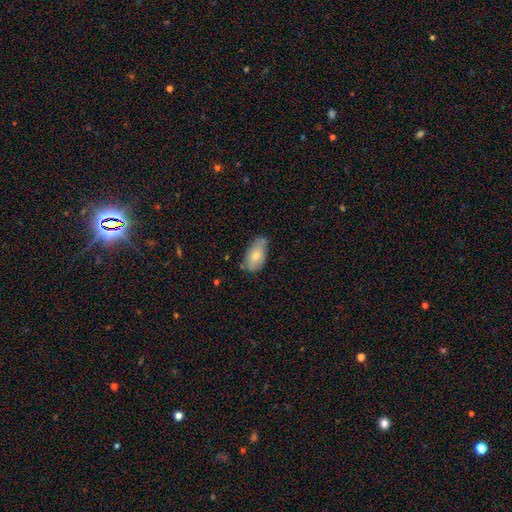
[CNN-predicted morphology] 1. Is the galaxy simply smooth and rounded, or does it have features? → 73% smooth, 20% featured or disk, 7% star or artifact.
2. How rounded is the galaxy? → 93% in between, 4% round, 3% cigar-shaped.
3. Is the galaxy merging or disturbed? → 58% none, 31% minor disturbance, 6% major disturbance, 5% merger.